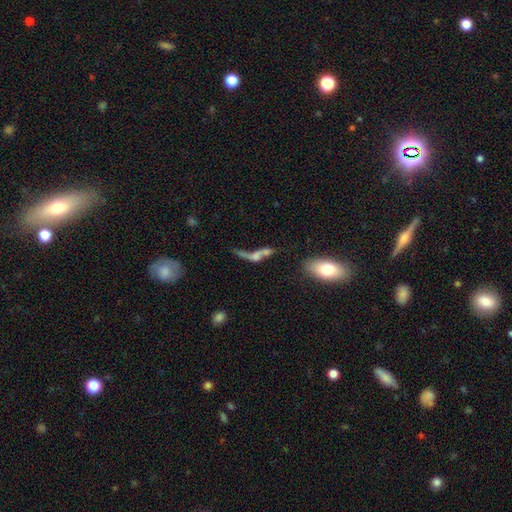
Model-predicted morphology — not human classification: This appears to be a smooth galaxy with no disk features (45%). Merging: merger (53%).